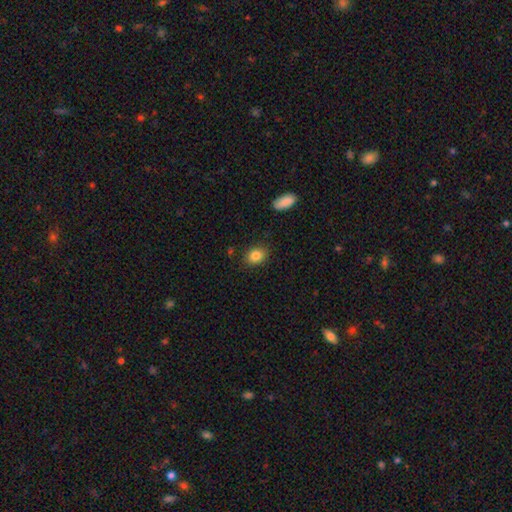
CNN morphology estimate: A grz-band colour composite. It shows a smooth galaxy with no disk features (84%) that is in between round and cigar-shaped (55%). Merging: none (85%).